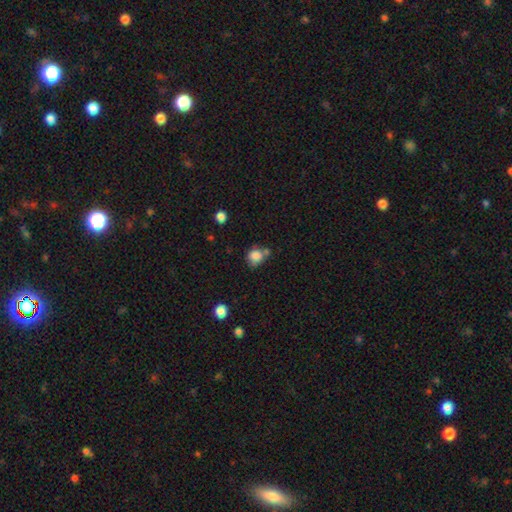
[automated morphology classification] smooth_or_featured: smooth (p=0.82) [alt: star or artifact p=0.10]
how_rounded: round (p=0.75) [alt: in between p=0.24]
merging: none (p=0.49) [alt: merger p=0.23]